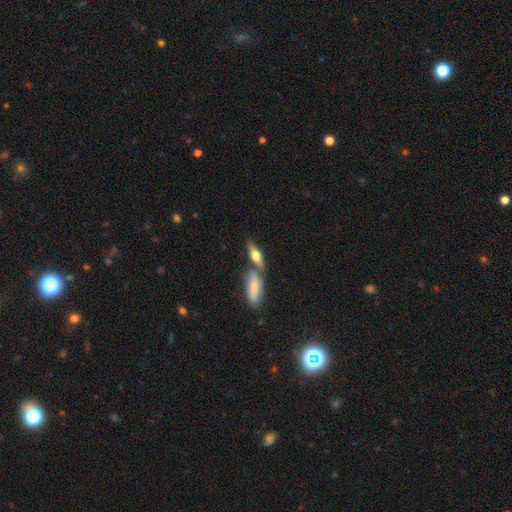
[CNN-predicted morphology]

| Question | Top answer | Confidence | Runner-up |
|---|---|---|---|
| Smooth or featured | smooth | 56% | featured or disk (36%) |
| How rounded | in between | 56% | cigar-shaped (40%) |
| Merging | none | 55% | merger (29%) |